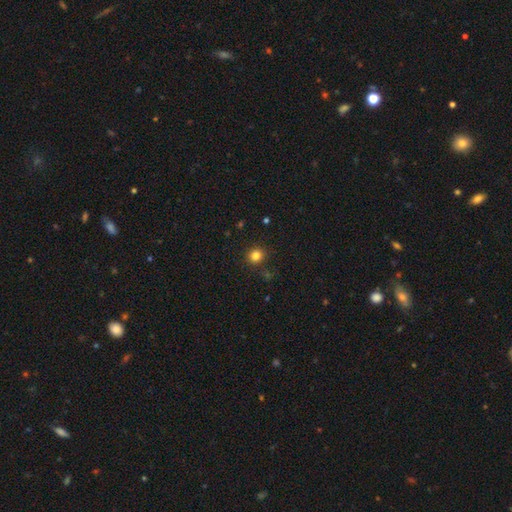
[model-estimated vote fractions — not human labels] Smooth or featured?
  - smooth: 82% *
  - star or artifact: 13%
  - featured or disk: 4%
How rounded?
  - round: 86% *
  - in between: 13%
  - cigar-shaped: 1%
Merging?
  - none: 88% *
  - minor disturbance: 8%
  - major disturbance: 2%
  - merger: 2%